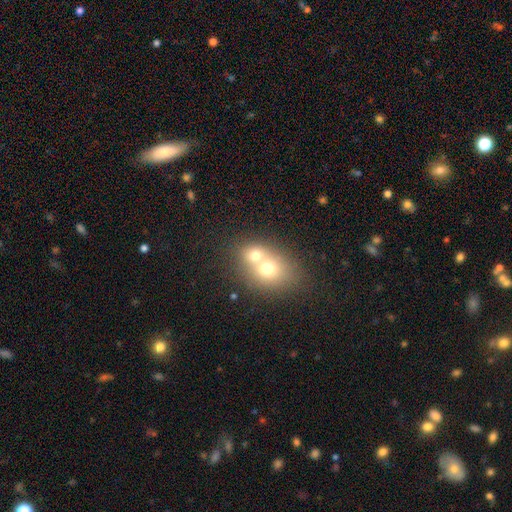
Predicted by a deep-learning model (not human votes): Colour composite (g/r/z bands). It shows a smooth galaxy with no disk features (66%) that is round (55%). Merging: merger (69%).